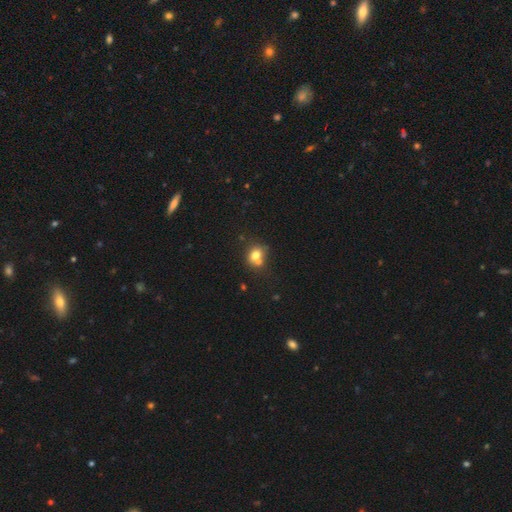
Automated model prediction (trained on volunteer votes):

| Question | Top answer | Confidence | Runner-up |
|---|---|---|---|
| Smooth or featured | smooth | 74% | featured or disk (14%) |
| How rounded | round | 69% | in between (30%) |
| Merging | none | 46% | merger (36%) |